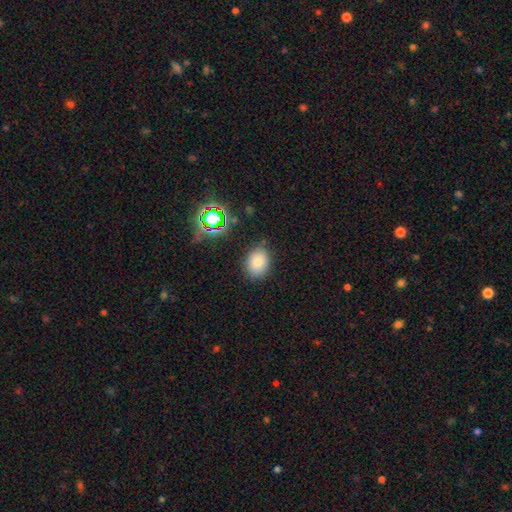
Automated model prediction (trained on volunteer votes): Q: Smooth or featured?
A: smooth (76%); runner-up: star or artifact (18%)
Q: How rounded?
A: in between (63%); runner-up: round (36%)
Q: Merging?
A: none (83%); runner-up: minor disturbance (12%)